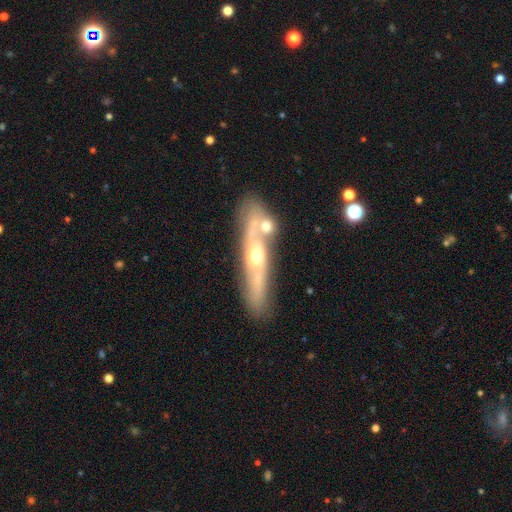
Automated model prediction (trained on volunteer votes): smooth_or_featured: featured or disk (p=0.73) [alt: smooth p=0.20]
disk_edge_on: yes (p=0.57) [alt: no p=0.43]
merging: none (p=0.64) [alt: merger p=0.17]